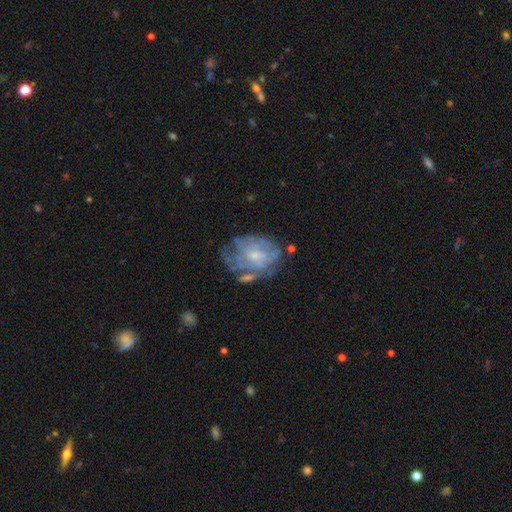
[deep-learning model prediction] featured or disk 67%, smooth 24%, star or artifact 9%. Down the decision tree: edge-on disk — no (97%); bar — no (69%); spiral arms — yes (61%); bulge size — small (62%); merging — none (46%).